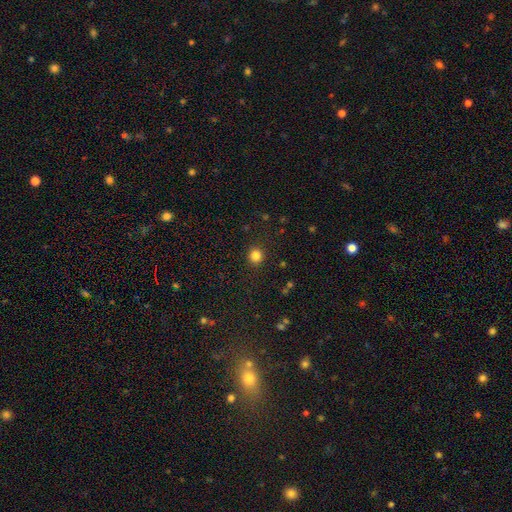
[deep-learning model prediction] smooth 84%, star or artifact 12%, featured or disk 4%. Down the decision tree: how rounded — round (90%); merging — none (90%).